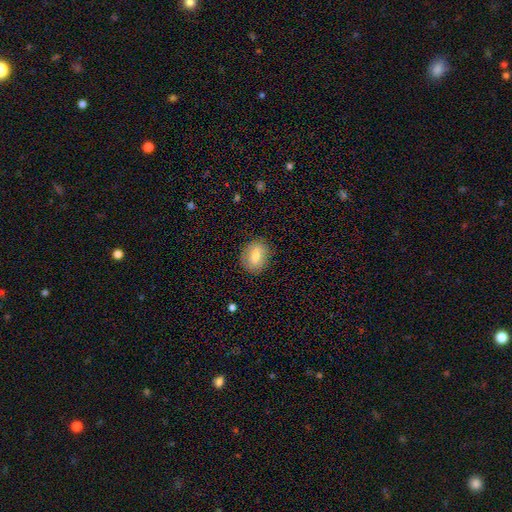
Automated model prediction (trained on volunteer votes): Smooth or featured? Predicted: smooth (p=0.69). How rounded? Predicted: in between (p=0.57). Merging? Predicted: none (p=0.84).